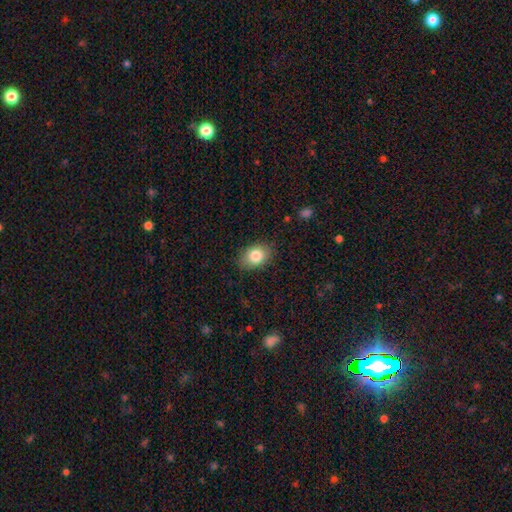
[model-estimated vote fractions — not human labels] Smooth or featured?
  - smooth: 83% *
  - featured or disk: 9%
  - star or artifact: 8%
How rounded?
  - in between: 74% *
  - round: 25%
  - cigar-shaped: 1%
Merging?
  - none: 84% *
  - minor disturbance: 12%
  - major disturbance: 3%
  - merger: 1%